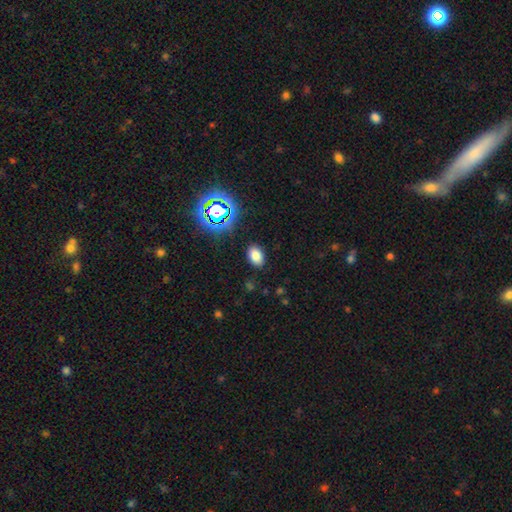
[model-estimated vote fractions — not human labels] Smooth or featured?
  - smooth: 75% *
  - star or artifact: 18%
  - featured or disk: 7%
How rounded?
  - in between: 85% *
  - round: 14%
  - cigar-shaped: 1%
Merging?
  - none: 87% *
  - minor disturbance: 9%
  - major disturbance: 3%
  - merger: 1%